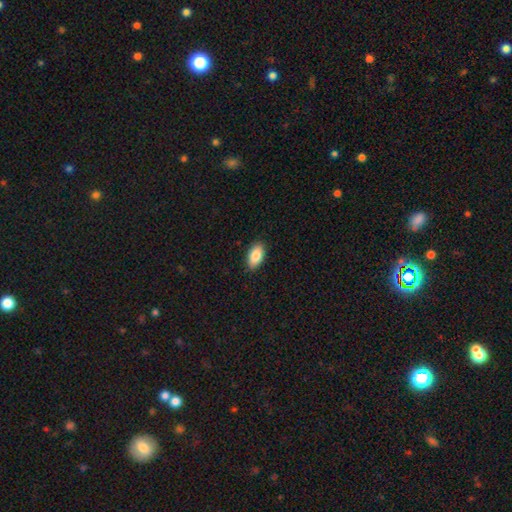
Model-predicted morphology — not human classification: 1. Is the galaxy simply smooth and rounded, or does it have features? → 86% smooth, 7% featured or disk, 7% star or artifact.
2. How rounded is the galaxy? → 94% in between, 4% round, 3% cigar-shaped.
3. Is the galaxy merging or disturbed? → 89% none, 8% minor disturbance, 2% major disturbance, 1% merger.